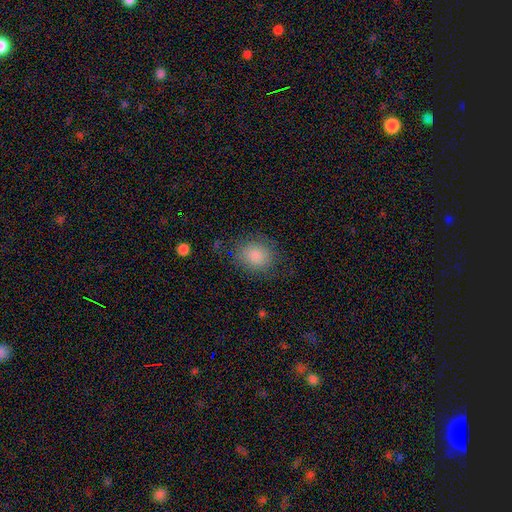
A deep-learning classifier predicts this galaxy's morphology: Q: Smooth or featured?
A: smooth (84%); runner-up: star or artifact (9%)
Q: How rounded?
A: round (70%); runner-up: in between (29%)
Q: Merging?
A: none (77%); runner-up: minor disturbance (15%)